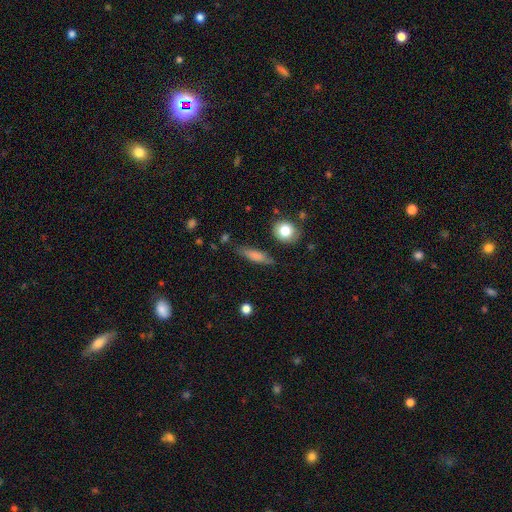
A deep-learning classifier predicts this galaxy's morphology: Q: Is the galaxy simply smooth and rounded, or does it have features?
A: smooth — 74%.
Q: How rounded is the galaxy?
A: cigar-shaped — 64%.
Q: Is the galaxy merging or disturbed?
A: none — 73%.